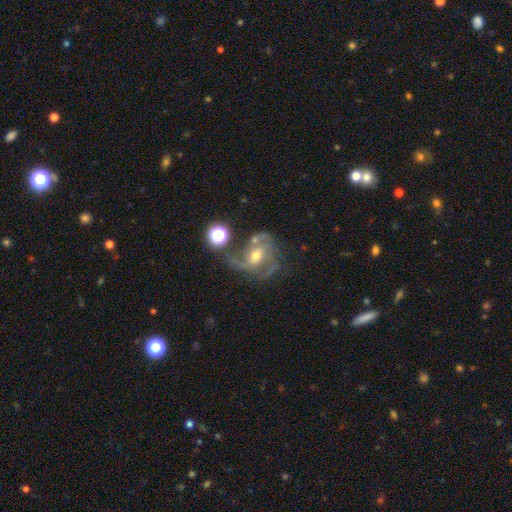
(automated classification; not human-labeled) A featured or disk galaxy (82%) with no bar (46%), 2 (41%) medium (53%) spiral arms (94%) and a moderate central bulge (59%). Merging: none (51%).